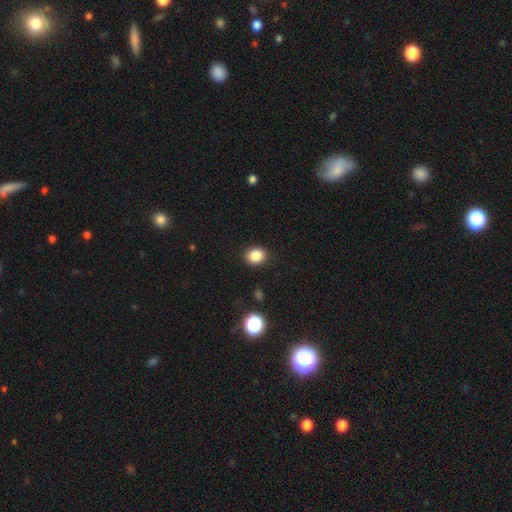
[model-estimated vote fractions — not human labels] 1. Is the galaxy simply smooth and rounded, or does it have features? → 85% smooth, 11% star or artifact, 4% featured or disk.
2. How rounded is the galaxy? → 66% round, 34% in between, 1% cigar-shaped.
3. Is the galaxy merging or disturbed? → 90% none, 7% minor disturbance, 2% major disturbance, 1% merger.